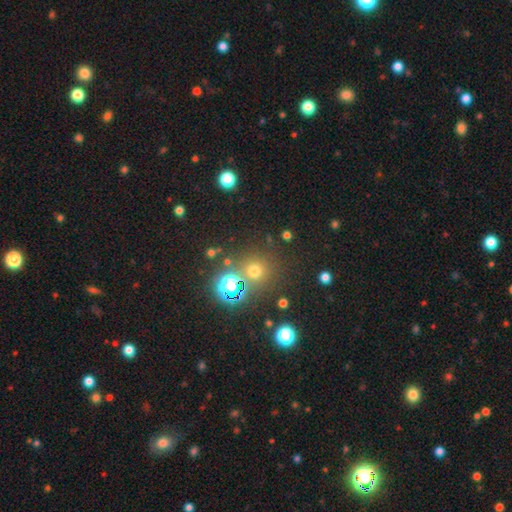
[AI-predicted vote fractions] Smooth or featured? Predicted: star or artifact (p=0.60).